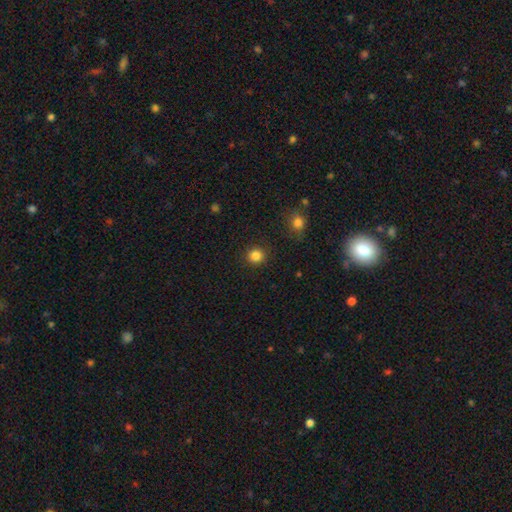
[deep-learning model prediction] smooth_or_featured: smooth (p=0.85) [alt: star or artifact p=0.12]
how_rounded: round (p=0.91) [alt: in between p=0.08]
merging: none (p=0.91) [alt: minor disturbance p=0.06]